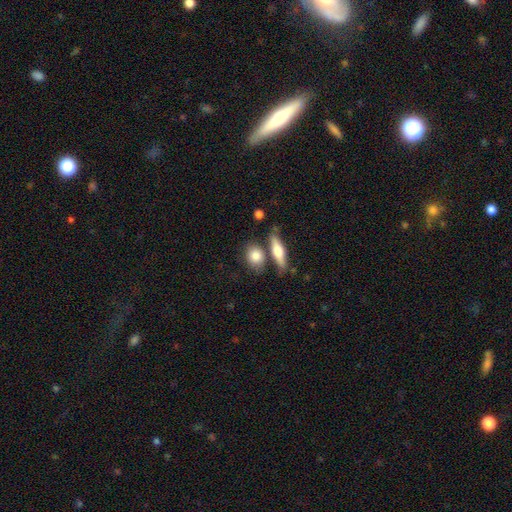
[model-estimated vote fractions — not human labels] smooth 77%, featured or disk 16%, star or artifact 6%. Down the decision tree: how rounded — in between (53%); merging — none (65%).